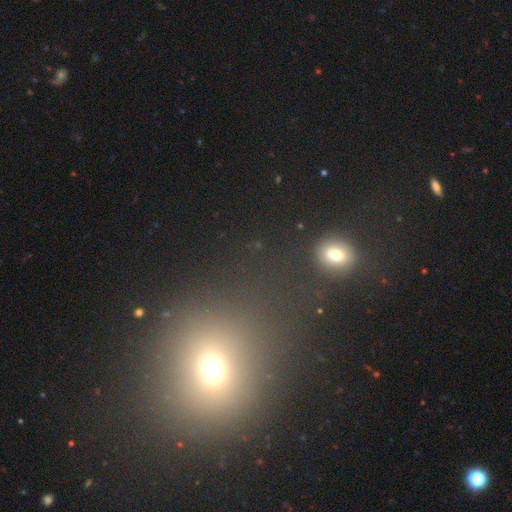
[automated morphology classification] This is possibly a smooth galaxy (50%). Merging: likely none (75%).